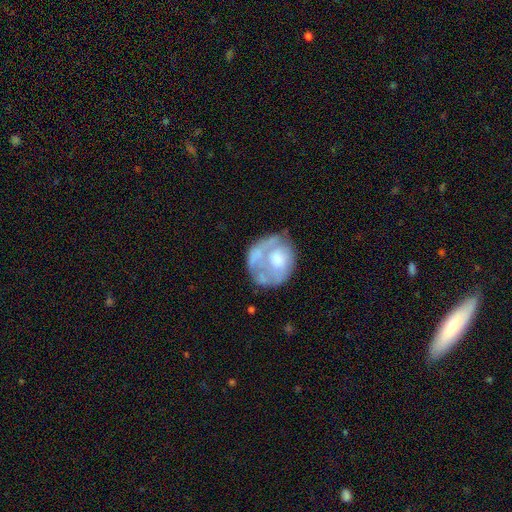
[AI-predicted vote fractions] This is possibly a featured or disk galaxy (52%). It is clearly not viewed edge-on (97%). Bar: clearly no (87%). Spiral arm pattern: likely no (79%). Central bulge: marginally moderate (39%). Merging: marginally none (38%).